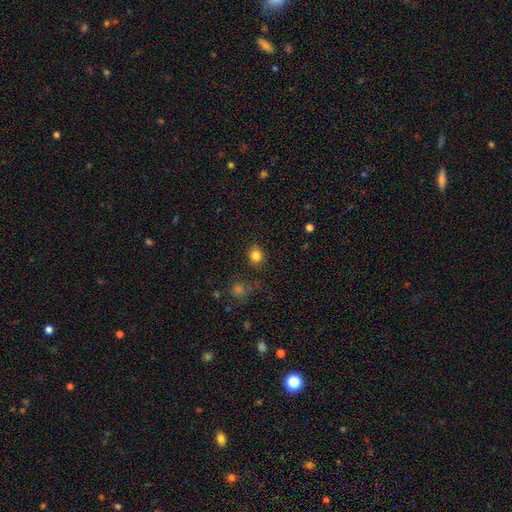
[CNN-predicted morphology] type=smooth (82%); roundness=round (76%); merging=none (85%).